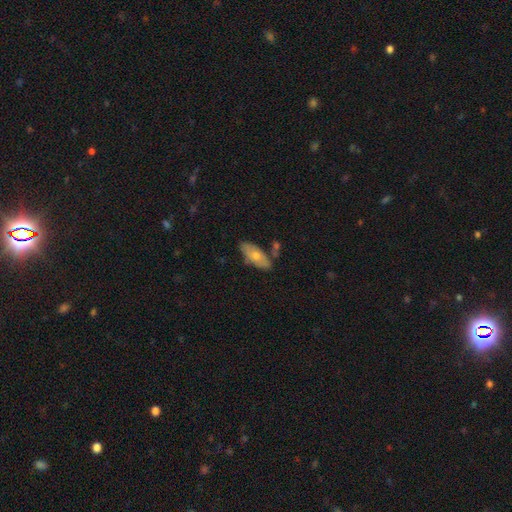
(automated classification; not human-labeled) A smooth galaxy with no disk features (64%) that is in between round and cigar-shaped (85%).

Vote fractions:
- Smooth or featured? smooth: 64% / featured or disk: 31% / star or artifact: 6%
- How rounded? in between: 85% / cigar-shaped: 13% / round: 3%
- Merging? none: 68% / minor disturbance: 19% / merger: 8% / major disturbance: 4%